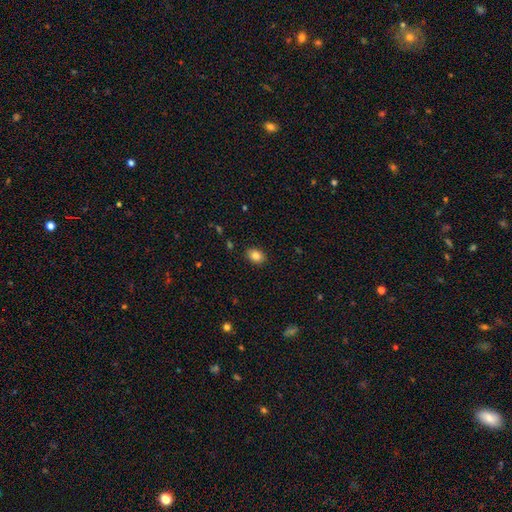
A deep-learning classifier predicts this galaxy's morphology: type=smooth (84%); roundness=in between (73%); merging=none (88%).